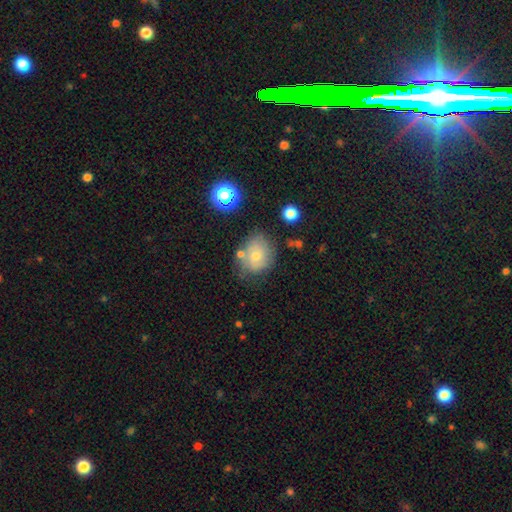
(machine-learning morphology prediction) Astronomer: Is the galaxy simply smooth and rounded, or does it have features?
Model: smooth — 60%.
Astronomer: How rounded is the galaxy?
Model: round — 62% (runner-up: in between, 37%).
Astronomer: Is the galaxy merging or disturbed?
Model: none — 59%.